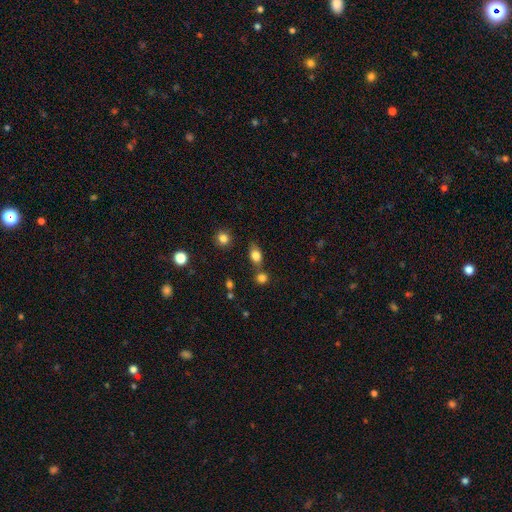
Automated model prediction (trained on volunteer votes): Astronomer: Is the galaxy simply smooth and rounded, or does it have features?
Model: smooth — 81%.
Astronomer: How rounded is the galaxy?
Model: in between — 71%.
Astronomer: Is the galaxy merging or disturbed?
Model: none — 61%.